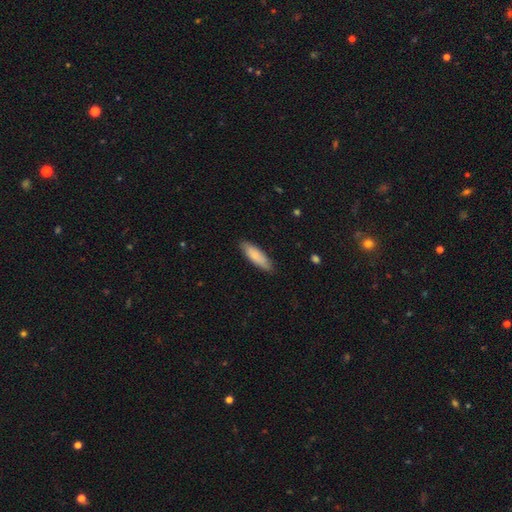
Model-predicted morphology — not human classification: The model was most divided on "how rounded": cigar-shaped: 52%, in between: 47%, round: 2%. More confident: merging — none (86%); smooth or featured — smooth (81%).